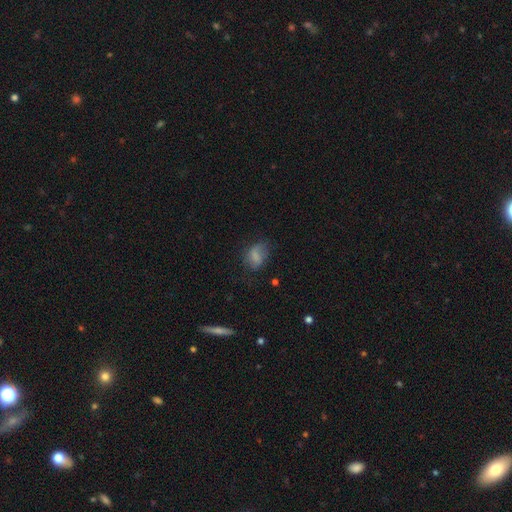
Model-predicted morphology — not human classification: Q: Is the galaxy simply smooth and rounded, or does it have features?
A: smooth — 73%.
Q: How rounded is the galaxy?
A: in between — 73%.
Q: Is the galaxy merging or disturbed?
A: none — 51%.